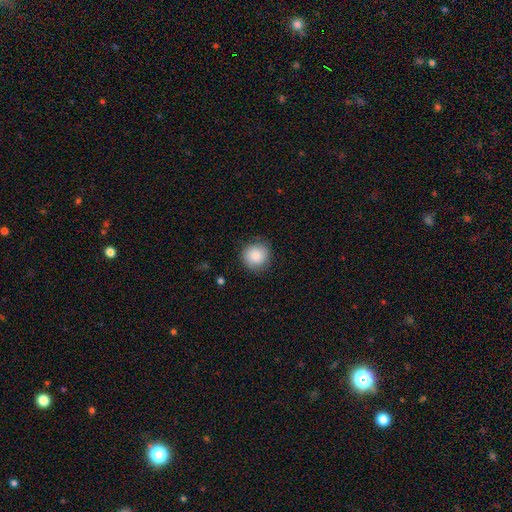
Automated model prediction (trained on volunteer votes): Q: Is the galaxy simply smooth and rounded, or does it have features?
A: smooth — 87%.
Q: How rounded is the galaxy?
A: round — 91%.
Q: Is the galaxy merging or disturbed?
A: none — 86%.